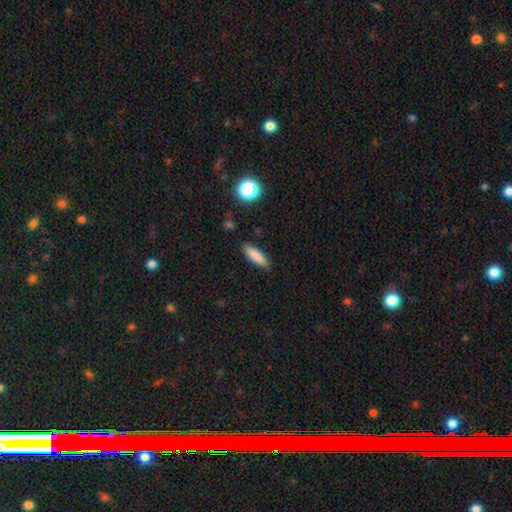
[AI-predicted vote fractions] Smooth or featured: smooth — 84% (featured or disk — 8%)
How rounded: cigar-shaped — 58% (in between — 40%)
Merging: none — 87% (minor disturbance — 9%)